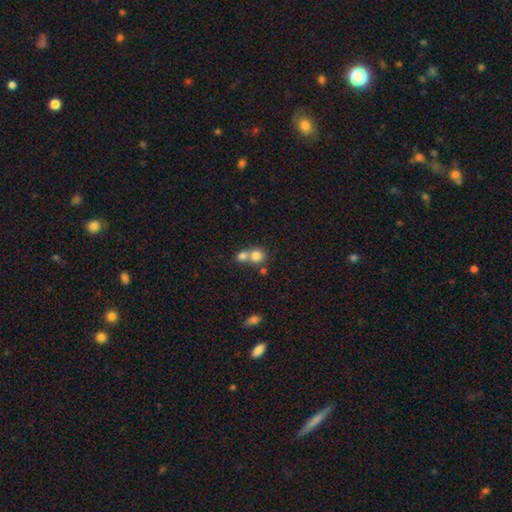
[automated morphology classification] This appears to be a smooth galaxy with no disk features (79%) that is round (80%). Merging: merger (60%).